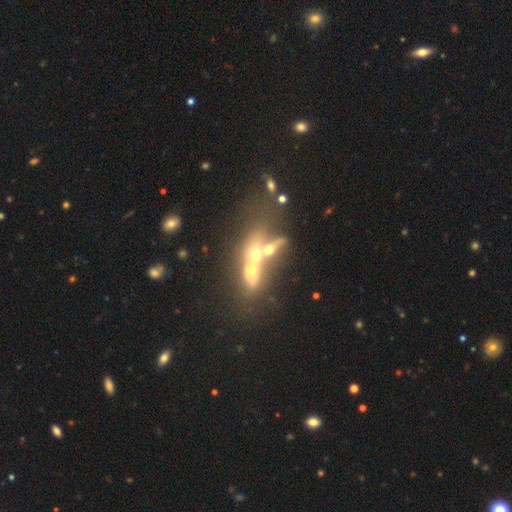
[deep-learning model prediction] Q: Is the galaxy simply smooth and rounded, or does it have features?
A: featured or disk — 46%.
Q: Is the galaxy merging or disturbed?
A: merger — 70%.